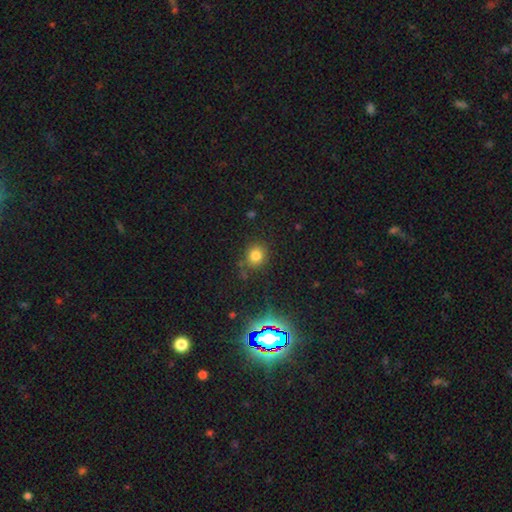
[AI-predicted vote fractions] This appears to be a smooth galaxy with no disk features (75%) that is round (81%). Merging: none (80%).